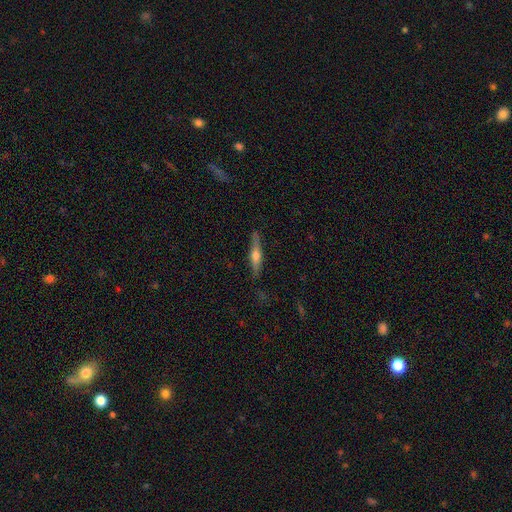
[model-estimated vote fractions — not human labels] A featured or disk galaxy (57%) viewed edge-on (96%) with a rounded central bulge (87%).

Vote fractions:
- Smooth or featured? featured or disk: 57% / smooth: 37% / star or artifact: 6%
- Edge-on disk? yes: 96% / no: 4%
- Edge-on bulge? rounded: 87% / boxy: 7% / none: 6%
- Merging? none: 86% / minor disturbance: 10% / major disturbance: 2% / merger: 1%